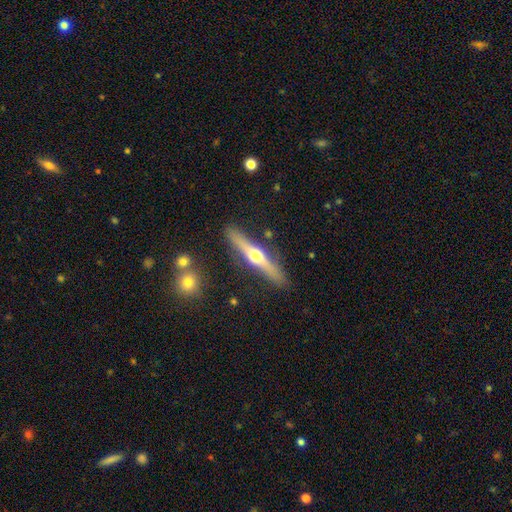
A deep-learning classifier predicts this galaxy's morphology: The model was most divided on "smooth or featured": featured or disk: 67%, smooth: 28%, star or artifact: 5%. More confident: edge-on disk — yes (96%); edge-on bulge — rounded (94%); merging — none (88%).